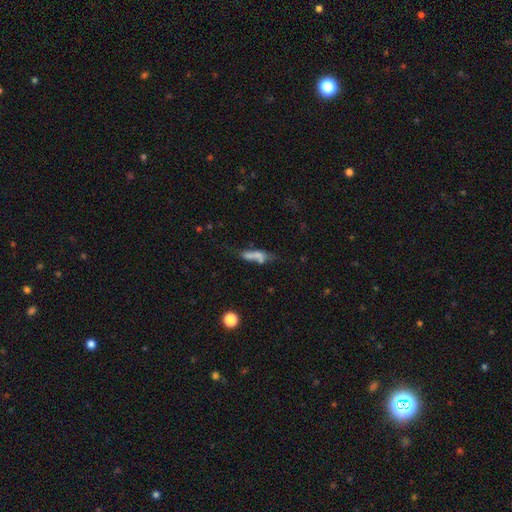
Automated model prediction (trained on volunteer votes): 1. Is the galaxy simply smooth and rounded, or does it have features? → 61% smooth, 28% featured or disk, 11% star or artifact.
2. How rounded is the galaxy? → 55% cigar-shaped, 41% in between, 4% round.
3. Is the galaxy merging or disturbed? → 37% none, 28% merger, 21% minor disturbance, 14% major disturbance.